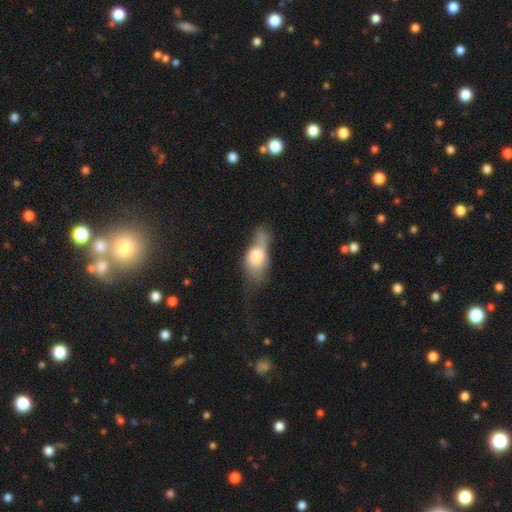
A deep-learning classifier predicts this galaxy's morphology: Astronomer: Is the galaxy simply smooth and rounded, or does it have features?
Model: smooth — 65%.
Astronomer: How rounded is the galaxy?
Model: in between — 77%.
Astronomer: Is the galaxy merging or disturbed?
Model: major disturbance — 42% (runner-up: minor disturbance, 27%).